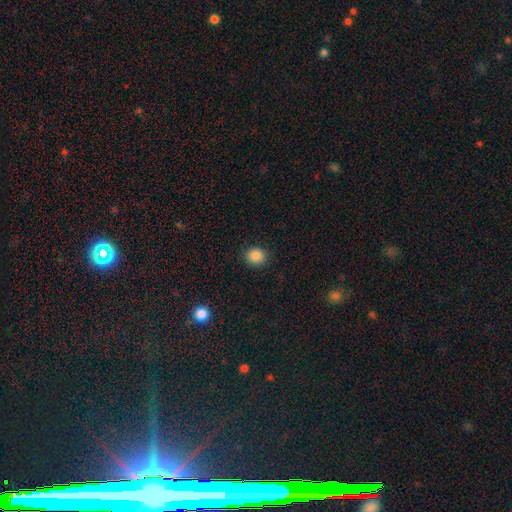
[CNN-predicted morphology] Overall: smooth (86%). How rounded: round (84%). Merging: none (89%).